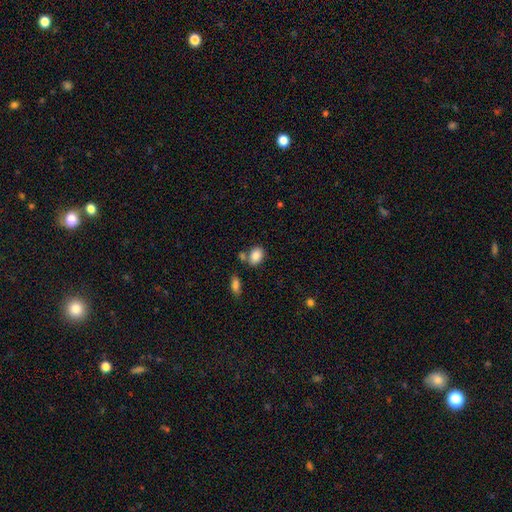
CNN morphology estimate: smooth 87%, star or artifact 8%, featured or disk 5%. Down the decision tree: how rounded — in between (74%); merging — none (64%).